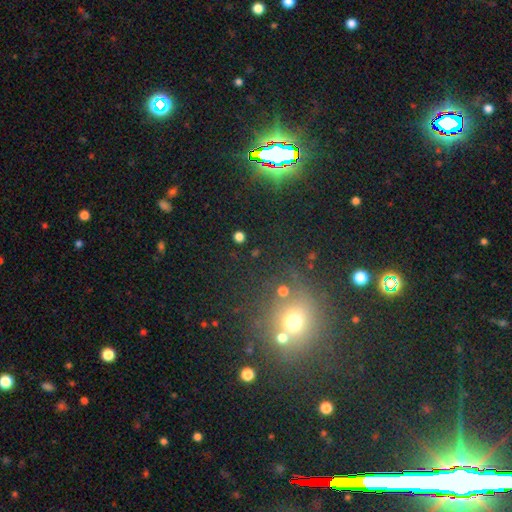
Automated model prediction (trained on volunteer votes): The model was most divided on "smooth or featured": star or artifact: 61%, smooth: 30%, featured or disk: 10%.